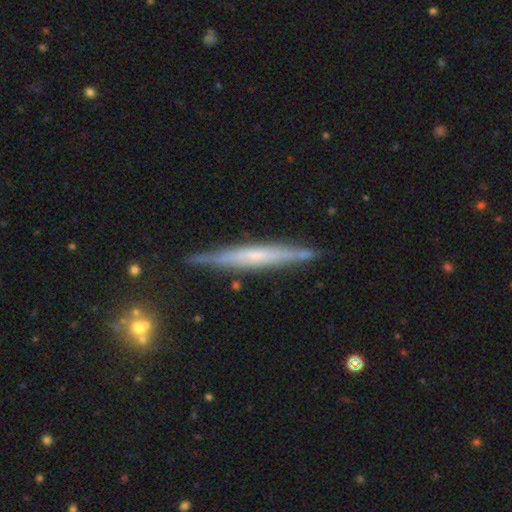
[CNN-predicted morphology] A featured or disk galaxy (66%) viewed edge-on (94%) with no central bulge (60%). Merging: none (84%).